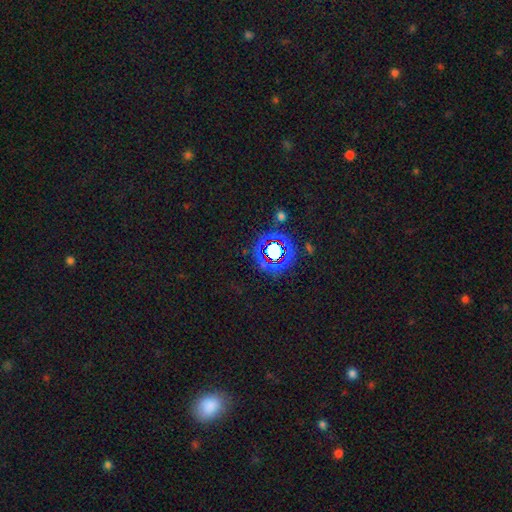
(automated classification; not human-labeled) Smooth or featured: star or artifact — 73% (smooth — 18%)